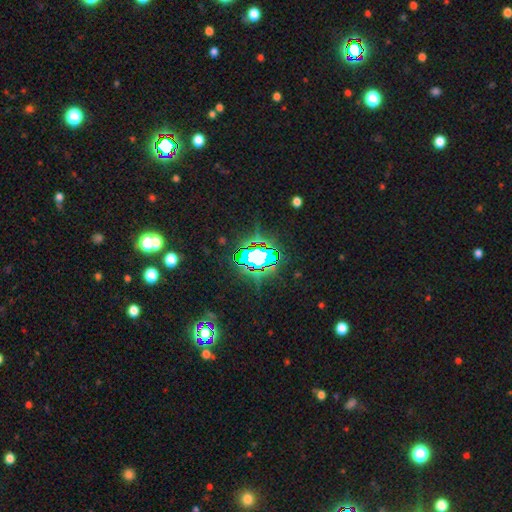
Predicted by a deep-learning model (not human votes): This is likely a star or artifact rather than a galaxy (72%).